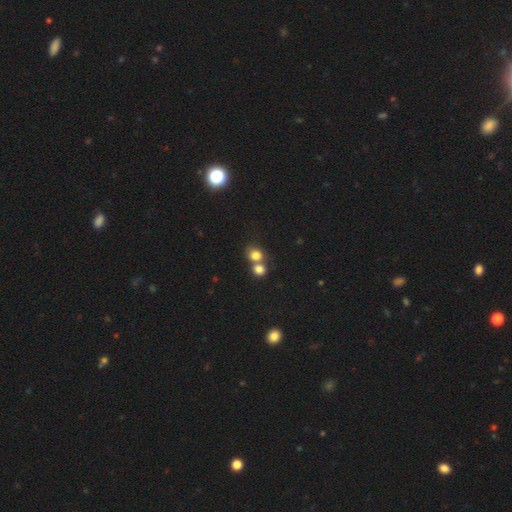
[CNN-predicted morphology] type=smooth (79%); roundness=round (73%); merging=merger (50%).